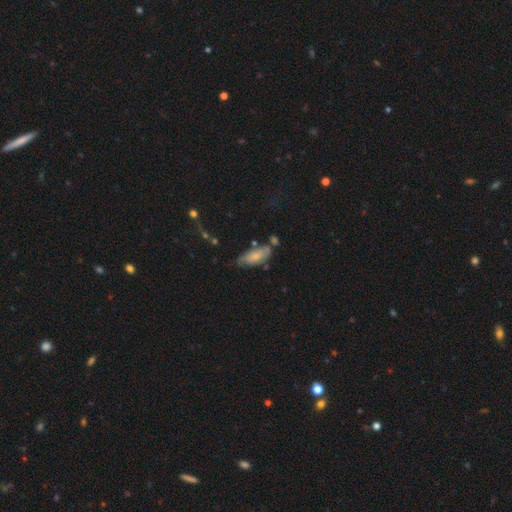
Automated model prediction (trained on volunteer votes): Smooth or featured? Predicted: smooth (p=0.69). How rounded? Predicted: in between (p=0.76). Merging? Predicted: none (p=0.53).